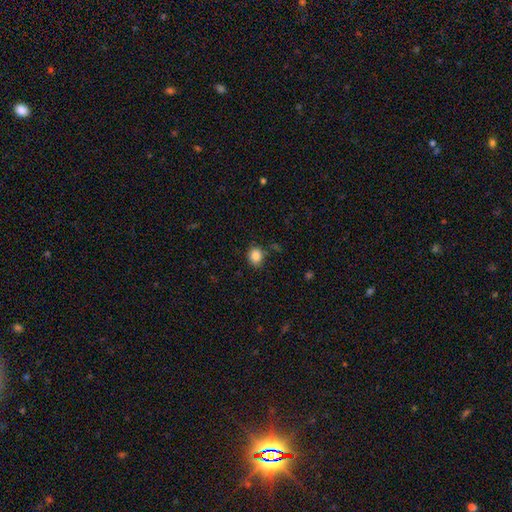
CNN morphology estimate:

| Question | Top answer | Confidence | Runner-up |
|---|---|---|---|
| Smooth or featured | smooth | 85% | star or artifact (10%) |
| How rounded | round | 65% | in between (34%) |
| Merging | none | 81% | minor disturbance (13%) |